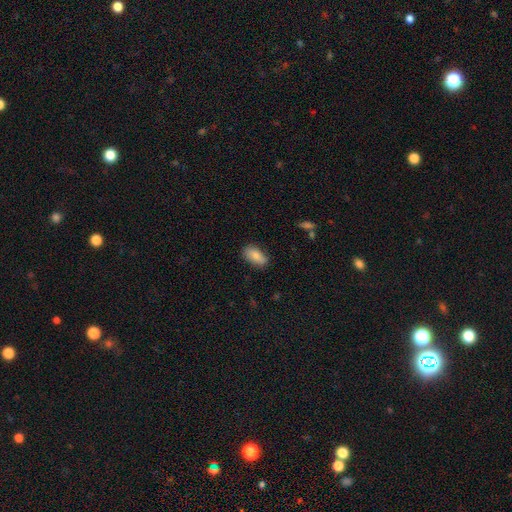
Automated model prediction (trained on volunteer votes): Smooth or featured: smooth — 82% (featured or disk — 11%)
How rounded: in between — 91% (cigar-shaped — 5%)
Merging: none — 81% (minor disturbance — 15%)